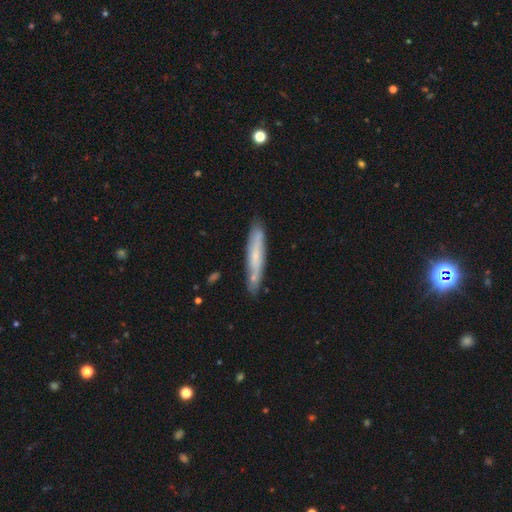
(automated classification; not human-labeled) Q: Smooth or featured?
A: smooth (51%); runner-up: featured or disk (42%)
Q: How rounded?
A: cigar-shaped (91%); runner-up: in between (7%)
Q: Merging?
A: none (79%); runner-up: minor disturbance (15%)